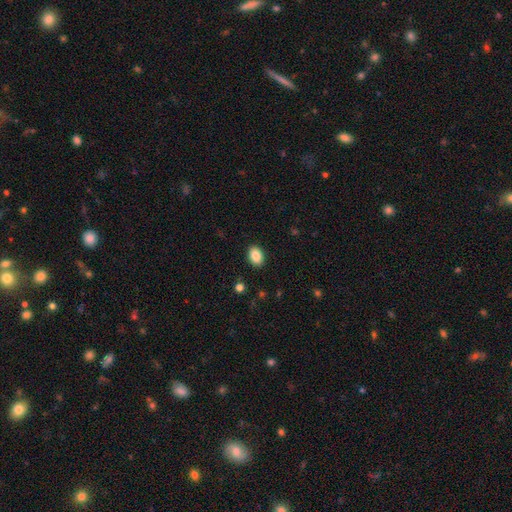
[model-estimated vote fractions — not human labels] smooth-or-featured: smooth: 86% | star or artifact: 8% | featured or disk: 6%
  how-rounded: in between: 79% | round: 20% | cigar-shaped: 1%
  merging: none: 90% | minor disturbance: 7% | major disturbance: 2% | merger: 1%